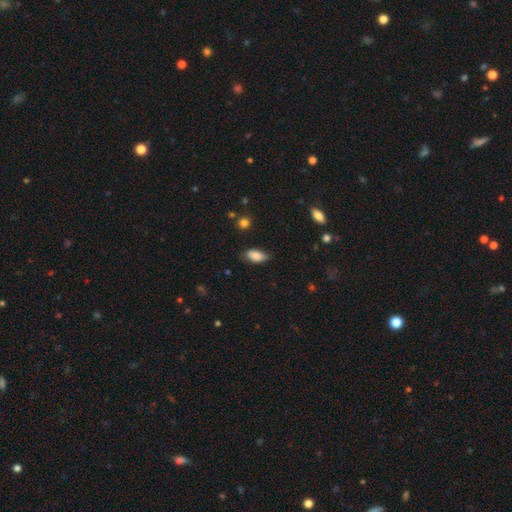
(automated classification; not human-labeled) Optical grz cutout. It shows a smooth galaxy with no disk features (83%) that is in between round and cigar-shaped (89%). Merging: none (71%).